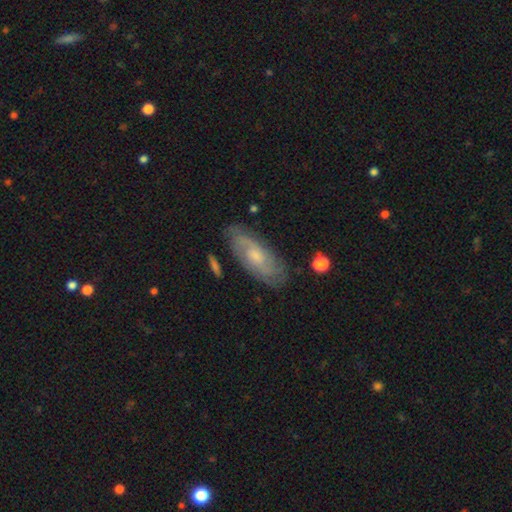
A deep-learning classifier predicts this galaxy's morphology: This is likely a featured or disk galaxy (69%). It is clearly not viewed edge-on (90%). Bar: likely no (64%). Spiral arm pattern: clearly yes (90%). Spiral arm count: marginally 2 (45%). Spiral winding: possibly tight (51%). Central bulge: possibly small (47%). Merging: likely none (77%).